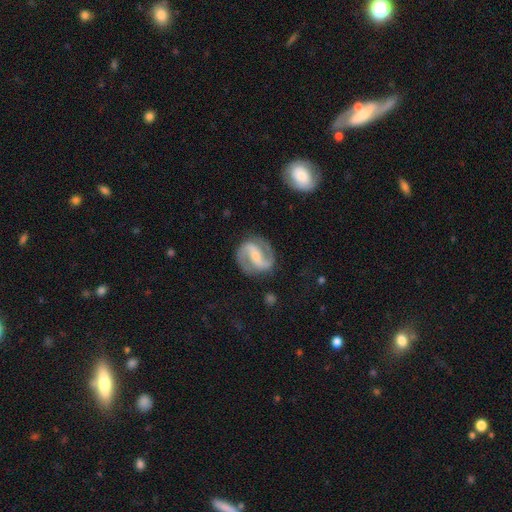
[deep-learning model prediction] Q: Smooth or featured?
A: featured or disk (89%); runner-up: smooth (6%)
Q: Edge-on disk?
A: no (98%); runner-up: yes (2%)
Q: Bar?
A: strong (59%); runner-up: weak (29%)
Q: Spiral arms?
A: yes (96%); runner-up: no (4%)
Q: Spiral winding?
A: medium (54%); runner-up: tight (26%)
Q: Spiral arm count?
A: 2 (93%); runner-up: can't tell (2%)
Q: Bulge size?
A: small (56%); runner-up: moderate (32%)
Q: Merging?
A: none (85%); runner-up: minor disturbance (10%)